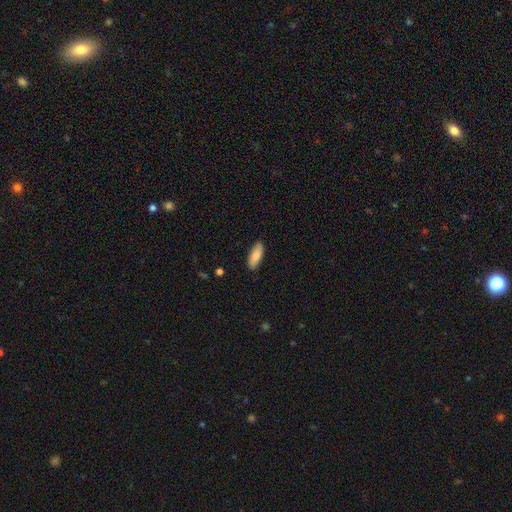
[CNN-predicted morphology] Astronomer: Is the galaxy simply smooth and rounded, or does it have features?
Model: smooth — 84%.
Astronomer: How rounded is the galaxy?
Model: in between — 71%.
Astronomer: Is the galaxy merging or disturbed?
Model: none — 87%.